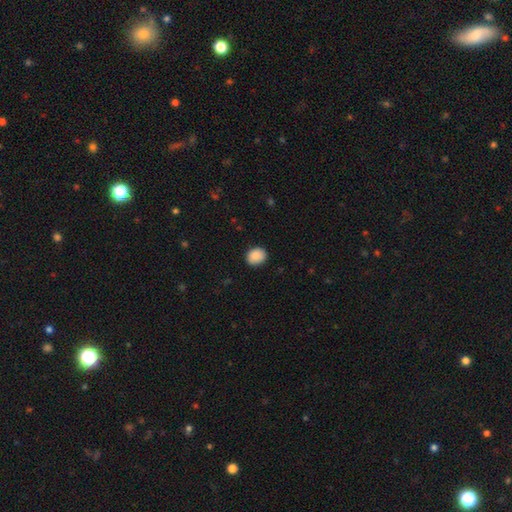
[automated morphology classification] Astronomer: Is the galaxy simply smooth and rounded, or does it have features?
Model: smooth — 89%.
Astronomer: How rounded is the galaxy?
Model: round — 59% (runner-up: in between, 40%).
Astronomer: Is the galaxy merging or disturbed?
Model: none — 86%.